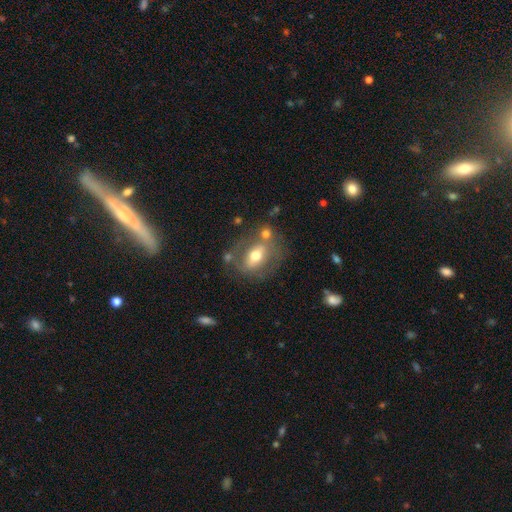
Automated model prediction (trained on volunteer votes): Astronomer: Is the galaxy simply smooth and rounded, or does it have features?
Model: smooth — 48% (runner-up: featured or disk, 44%).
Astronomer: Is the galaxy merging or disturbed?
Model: none — 58%.